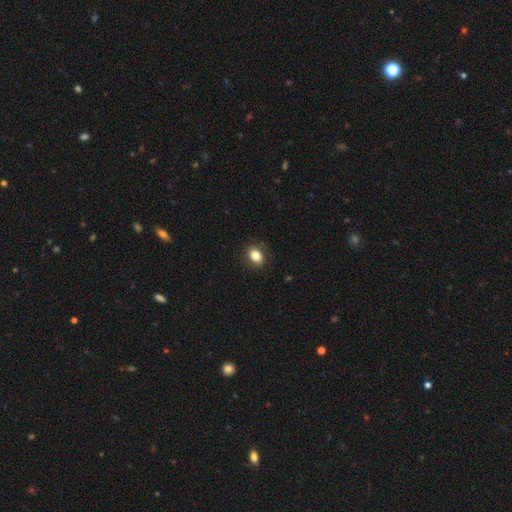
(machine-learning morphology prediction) smooth_or_featured: smooth (p=0.84) [alt: star or artifact p=0.10]
how_rounded: in between (p=0.61) [alt: round p=0.37]
merging: none (p=0.89) [alt: minor disturbance p=0.08]